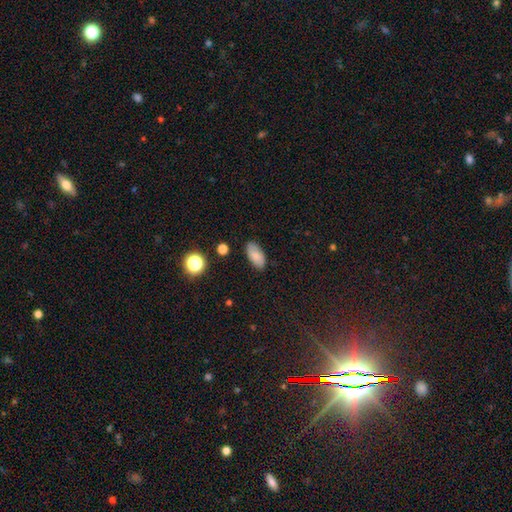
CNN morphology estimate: Smooth or featured?
  - smooth: 82% *
  - featured or disk: 10%
  - star or artifact: 9%
How rounded?
  - in between: 92% *
  - cigar-shaped: 5%
  - round: 3%
Merging?
  - none: 84% *
  - minor disturbance: 12%
  - major disturbance: 2%
  - merger: 2%